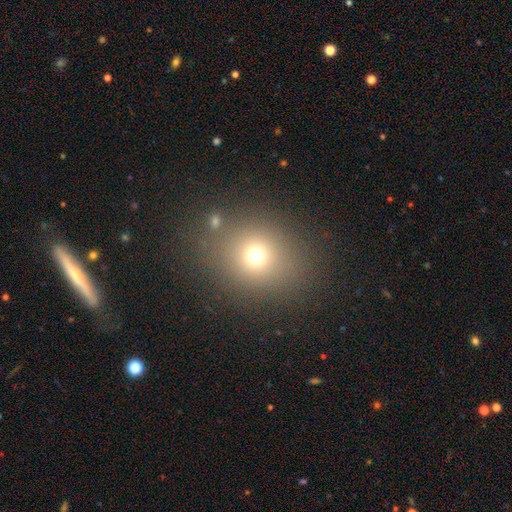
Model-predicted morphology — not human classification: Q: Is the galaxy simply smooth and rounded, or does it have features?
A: smooth — 70%.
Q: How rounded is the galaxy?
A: round — 72%.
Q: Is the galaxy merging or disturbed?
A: none — 82%.